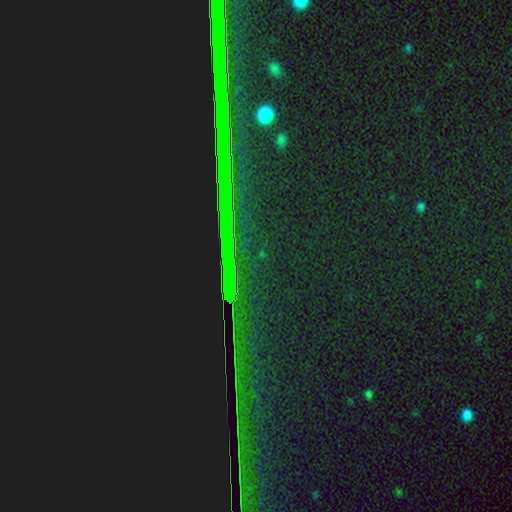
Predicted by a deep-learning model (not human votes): The model was most divided on "smooth or featured": star or artifact: 85%, featured or disk: 8%, smooth: 7%.